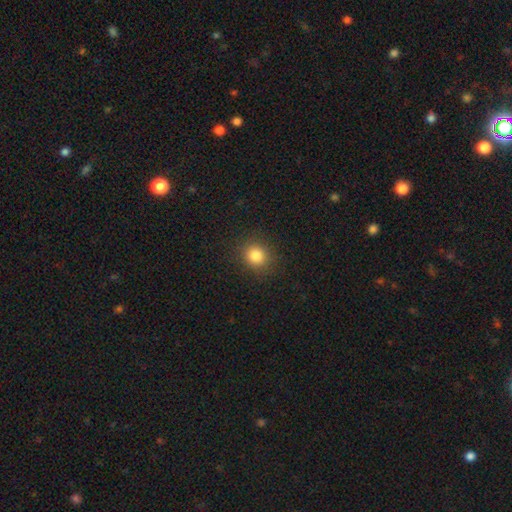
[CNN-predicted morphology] Q: Smooth or featured?
A: smooth (83%); runner-up: star or artifact (12%)
Q: How rounded?
A: round (81%); runner-up: in between (18%)
Q: Merging?
A: none (89%); runner-up: minor disturbance (7%)